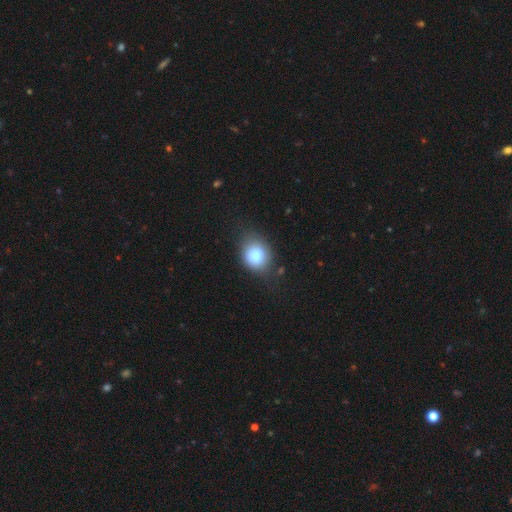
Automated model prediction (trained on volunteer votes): Smooth or featured? Predicted: smooth (p=0.80). How rounded? Predicted: round (p=0.55). Merging? Predicted: none (p=0.67).